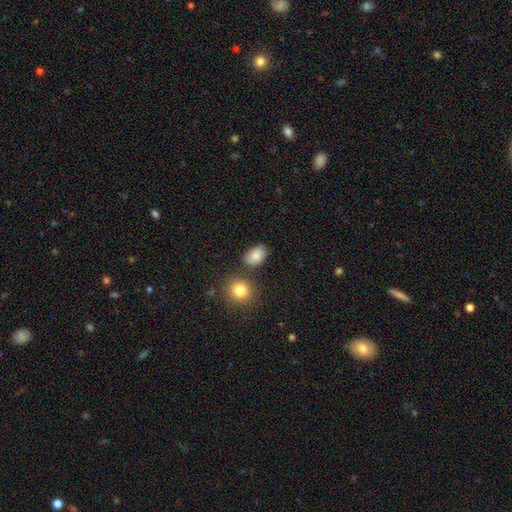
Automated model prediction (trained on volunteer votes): A smooth galaxy with no disk features (84%) that is in between round and cigar-shaped (82%).

Vote fractions:
- Smooth or featured? smooth: 84% / star or artifact: 9% / featured or disk: 6%
- How rounded? in between: 82% / round: 17% / cigar-shaped: 1%
- Merging? none: 73% / minor disturbance: 16% / merger: 7% / major disturbance: 4%